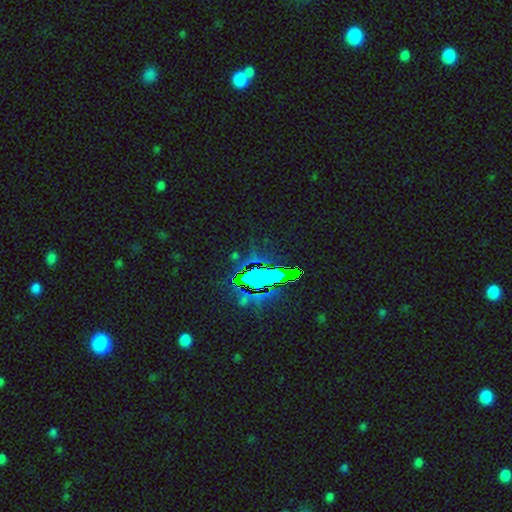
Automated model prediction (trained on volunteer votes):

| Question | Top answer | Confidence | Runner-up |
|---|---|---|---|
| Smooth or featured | star or artifact | 83% | smooth (10%) |